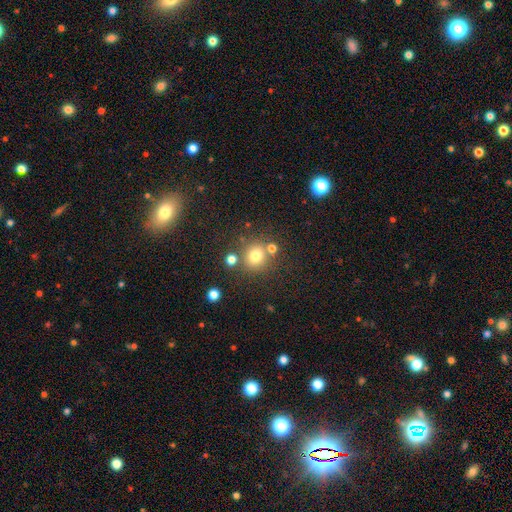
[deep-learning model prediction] Morphology: type=smooth (74%); roundness=round (86%); merging=none (73%).